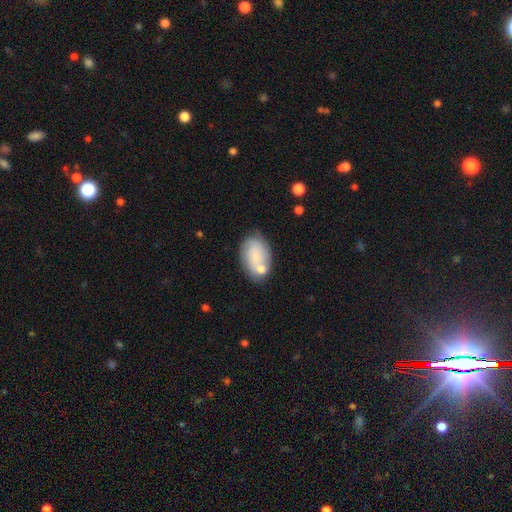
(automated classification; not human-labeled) smooth 67%, featured or disk 26%, star or artifact 7%. Down the decision tree: how rounded — in between (88%); merging — none (50%).